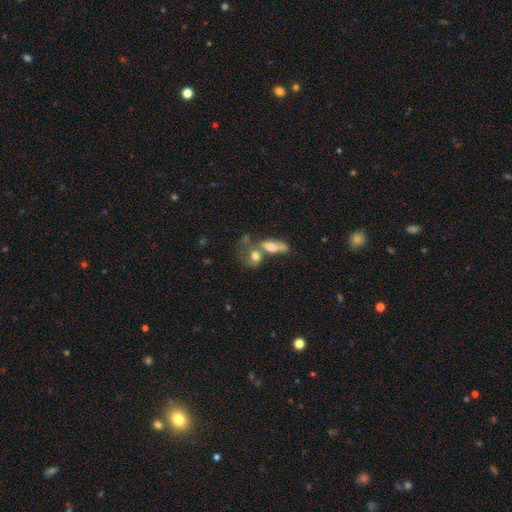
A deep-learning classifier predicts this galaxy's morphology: A smooth galaxy with no disk features (56%) that is in between round and cigar-shaped (67%).

Vote fractions:
- Smooth or featured? smooth: 56% / featured or disk: 34% / star or artifact: 10%
- How rounded? in between: 67% / round: 21% / cigar-shaped: 12%
- Merging? merger: 60% / none: 22% / minor disturbance: 9% / major disturbance: 9%